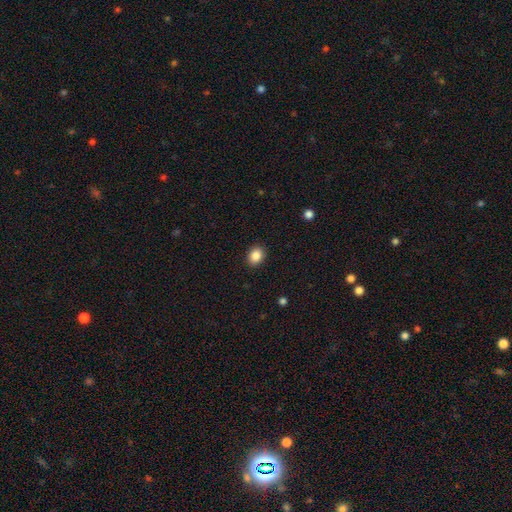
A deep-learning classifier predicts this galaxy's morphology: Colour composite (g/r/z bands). It shows a smooth galaxy with no disk features (87%) that is in between round and cigar-shaped (50%, tied with round). Merging: none (90%).